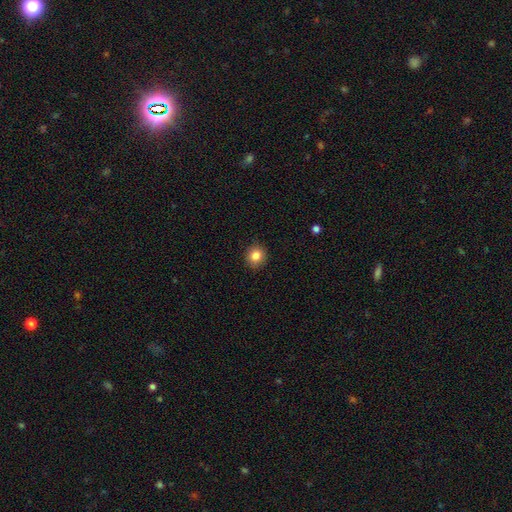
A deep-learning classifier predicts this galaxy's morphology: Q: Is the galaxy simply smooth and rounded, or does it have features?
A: smooth — 84%.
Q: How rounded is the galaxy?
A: round — 85%.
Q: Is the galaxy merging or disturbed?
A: none — 90%.